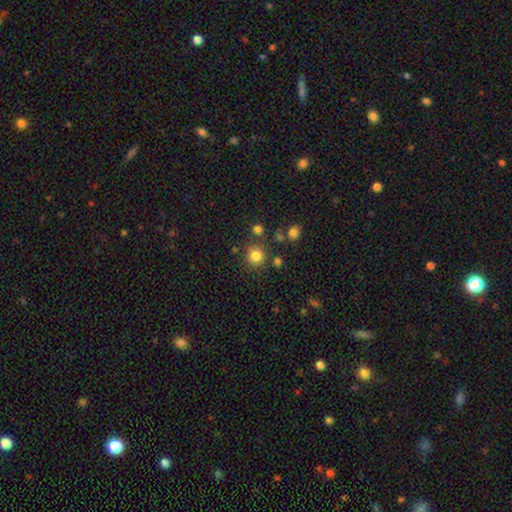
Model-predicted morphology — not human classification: This appears to be a smooth galaxy with no disk features (82%) that is round (91%). Merging: none (80%).